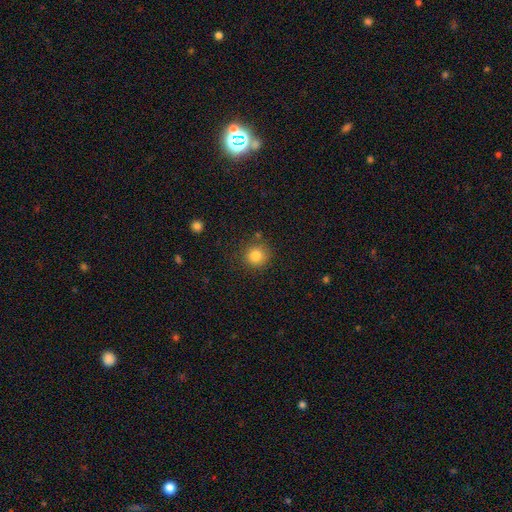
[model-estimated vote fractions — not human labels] smooth_or_featured: smooth (p=0.83) [alt: star or artifact p=0.12]
how_rounded: round (p=0.92) [alt: in between p=0.07]
merging: none (p=0.83) [alt: minor disturbance p=0.10]